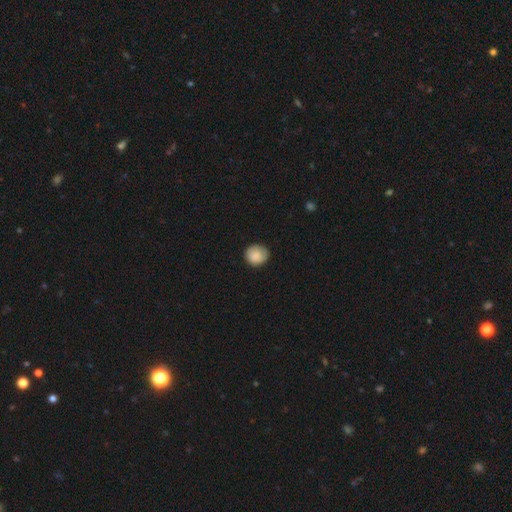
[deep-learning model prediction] smooth 87%, star or artifact 7%, featured or disk 5%. Down the decision tree: how rounded — round (80%); merging — none (83%).